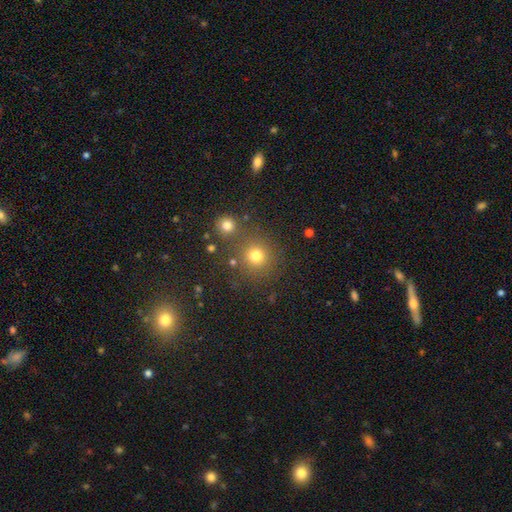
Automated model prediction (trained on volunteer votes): Overall: smooth (76%). How rounded: round (92%). Merging: none (73%).